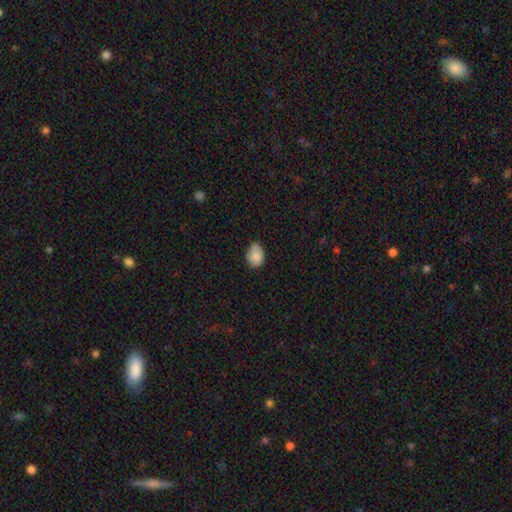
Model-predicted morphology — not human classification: This is clearly a smooth galaxy (85%). How rounded: likely in between (69%). Merging: possibly none (55%).